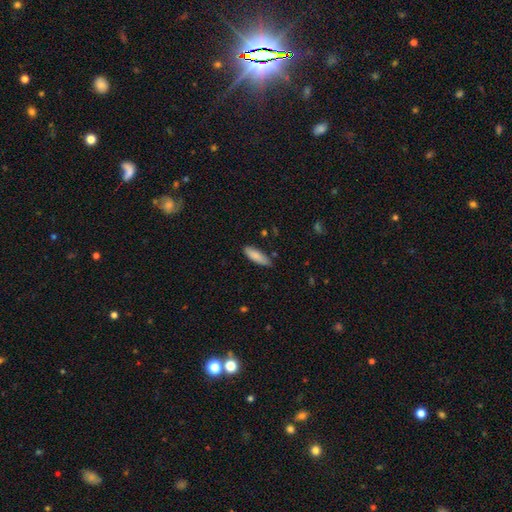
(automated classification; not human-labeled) This is clearly a smooth galaxy (86%). How rounded: possibly in between (52%). Merging: likely none (77%).